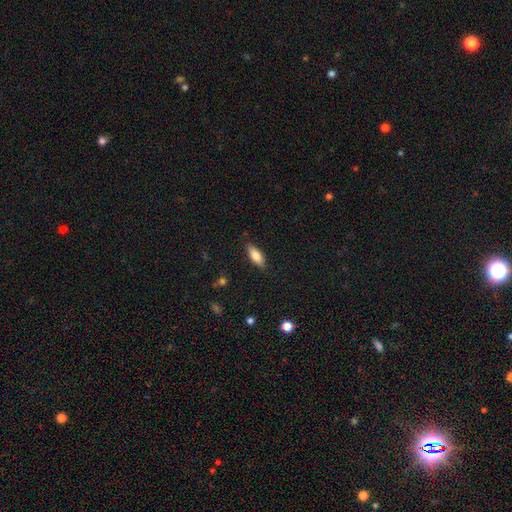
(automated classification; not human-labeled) This appears to be a smooth galaxy with no disk features (82%) that is in between round and cigar-shaped (75%). Merging: none (85%).